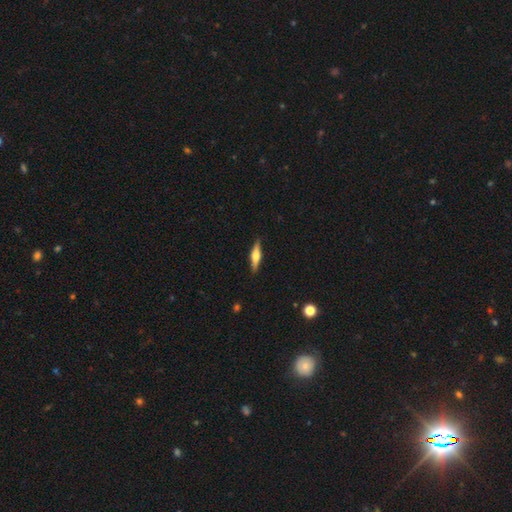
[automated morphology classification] The model was most divided on "smooth or featured": featured or disk: 54%, smooth: 40%, star or artifact: 6%. More confident: edge-on disk — yes (96%); merging — none (89%); edge-on bulge — rounded (87%).